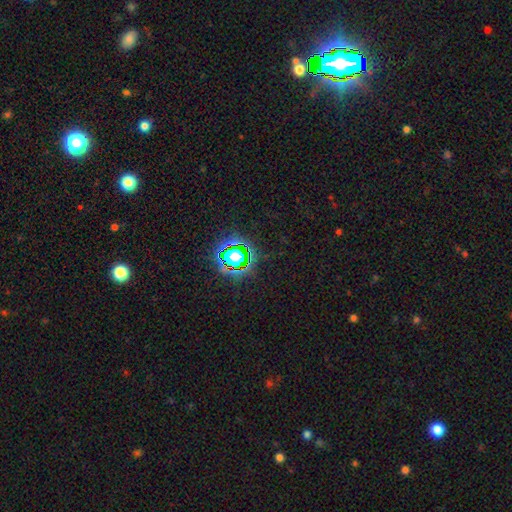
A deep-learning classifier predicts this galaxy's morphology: Smooth or featured? Predicted: star or artifact (p=0.80).